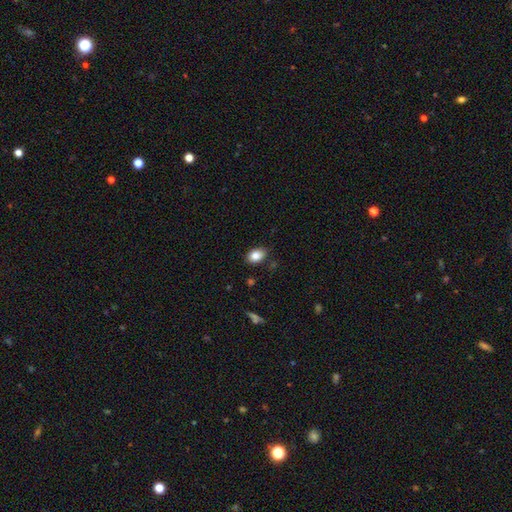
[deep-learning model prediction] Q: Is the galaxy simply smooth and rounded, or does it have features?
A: smooth — 86%.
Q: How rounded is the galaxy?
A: in between — 81%.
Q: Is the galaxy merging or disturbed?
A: none — 82%.